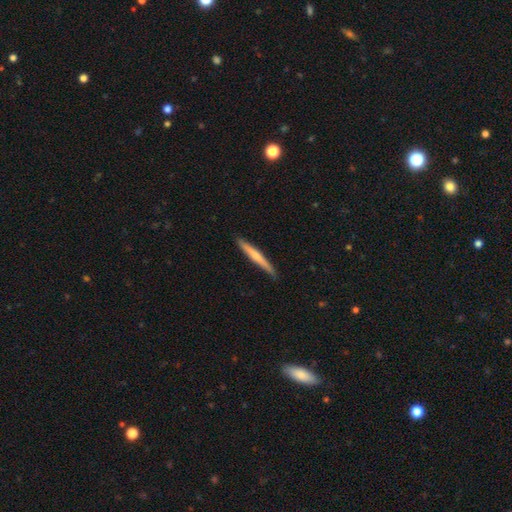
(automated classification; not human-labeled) Smooth or featured? Predicted: smooth (p=0.58). How rounded? Predicted: cigar-shaped (p=0.96). Merging? Predicted: none (p=0.89).